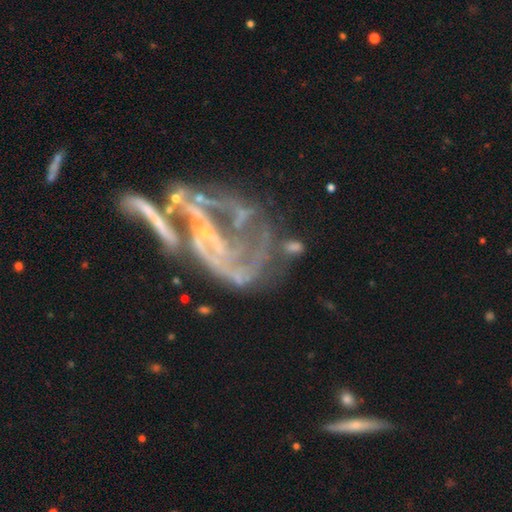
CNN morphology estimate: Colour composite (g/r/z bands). It shows a featured or disk galaxy (79%) with no bar (52%), 2 (32%) medium (37%, tied with loose) spiral arms (68%) and no central bulge (51%). Merging: major disturbance (41%).